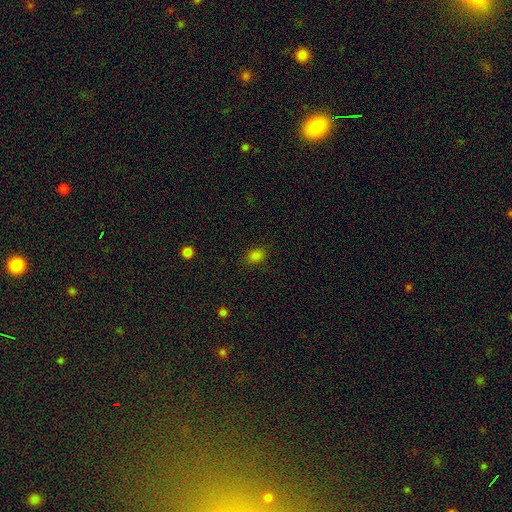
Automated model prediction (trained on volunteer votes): A smooth galaxy with no disk features (80%) that is in between round and cigar-shaped (67%). Merging: none (82%).